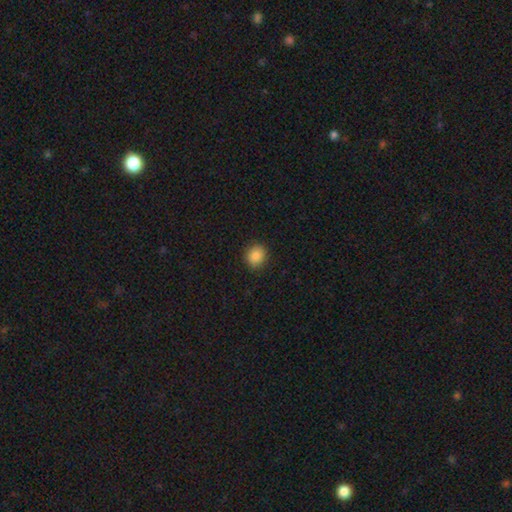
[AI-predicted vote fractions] This is clearly a smooth galaxy (87%). How rounded: likely round (72%). Merging: clearly none (89%).